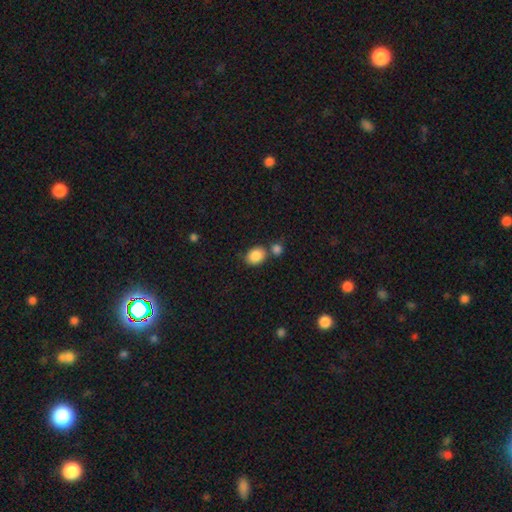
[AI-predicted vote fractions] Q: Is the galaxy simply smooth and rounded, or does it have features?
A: smooth — 87%.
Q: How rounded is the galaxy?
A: in between — 55%.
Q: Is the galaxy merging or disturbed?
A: none — 60%.